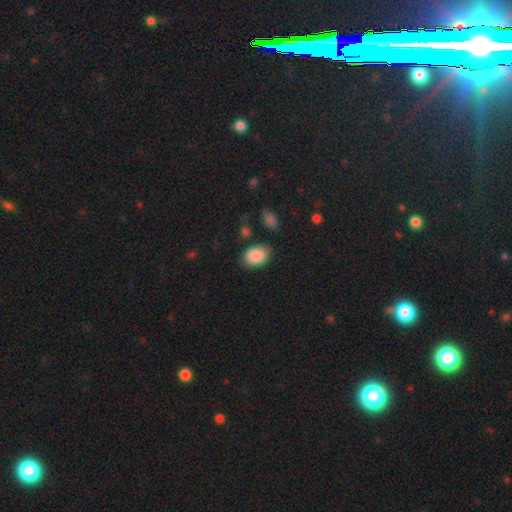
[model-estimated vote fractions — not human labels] smooth_or_featured: smooth (p=0.89) [alt: star or artifact p=0.07]
how_rounded: in between (p=0.81) [alt: round p=0.18]
merging: none (p=0.76) [alt: minor disturbance p=0.16]